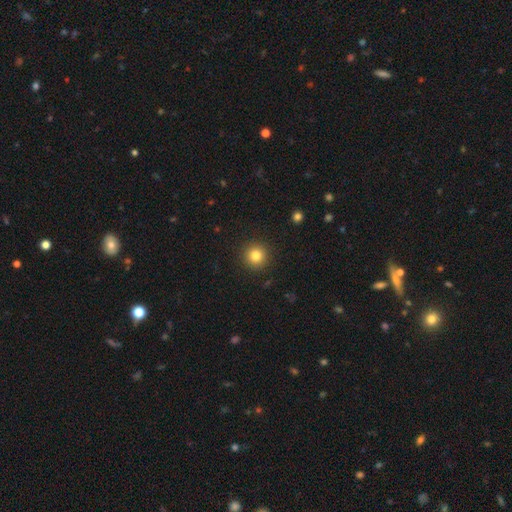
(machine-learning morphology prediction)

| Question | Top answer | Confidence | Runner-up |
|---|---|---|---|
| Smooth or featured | smooth | 82% | star or artifact (11%) |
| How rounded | round | 95% | in between (4%) |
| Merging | none | 92% | minor disturbance (5%) |